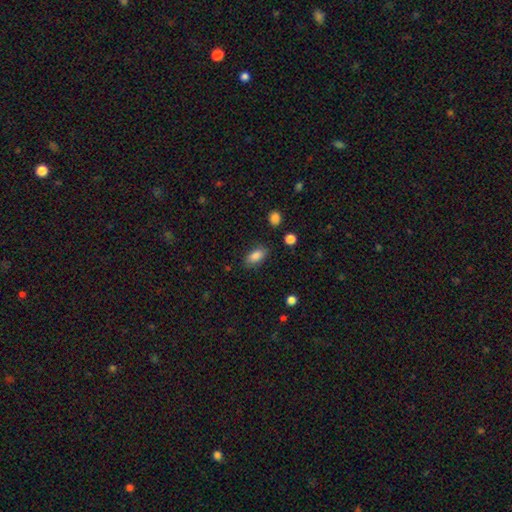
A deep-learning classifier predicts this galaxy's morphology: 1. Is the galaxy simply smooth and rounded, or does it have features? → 85% smooth, 8% star or artifact, 7% featured or disk.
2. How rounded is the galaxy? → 89% in between, 6% cigar-shaped, 4% round.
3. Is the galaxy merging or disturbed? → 83% none, 12% minor disturbance, 3% major disturbance, 2% merger.